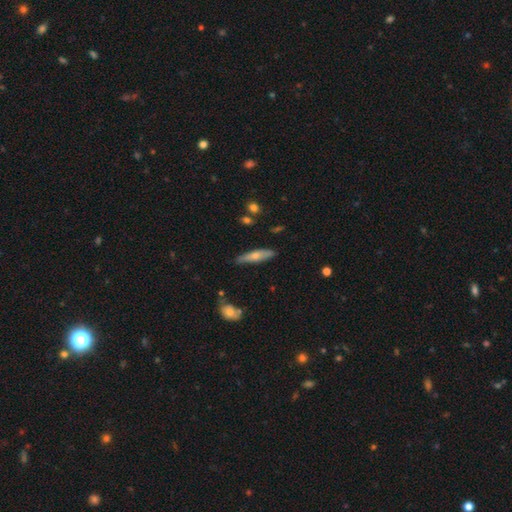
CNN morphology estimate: This appears to be a smooth galaxy with no disk features (55%) that is cigar-shaped (77%). Merging: none (82%).